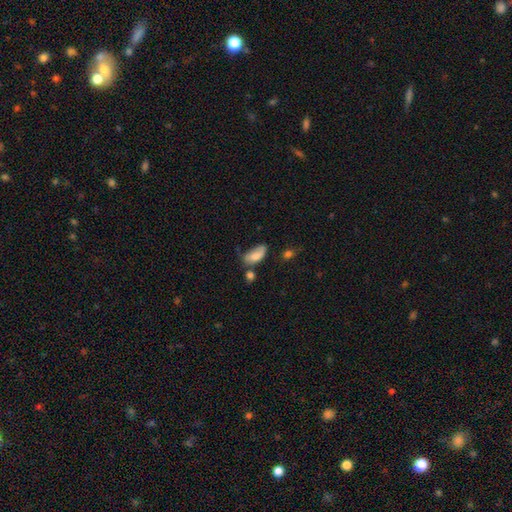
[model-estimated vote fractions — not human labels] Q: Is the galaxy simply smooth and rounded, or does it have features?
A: smooth — 75%.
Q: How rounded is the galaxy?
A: in between — 90%.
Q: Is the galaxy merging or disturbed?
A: none — 36%.